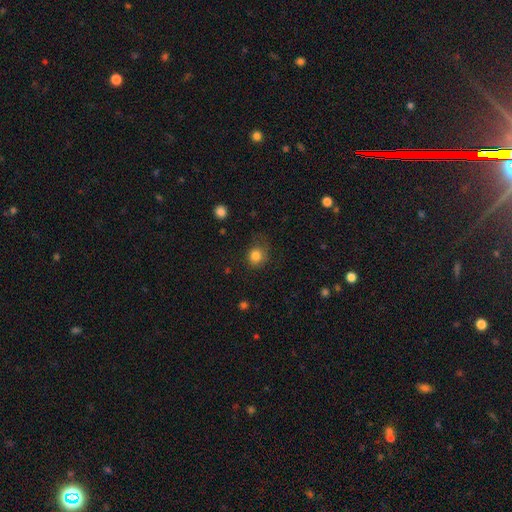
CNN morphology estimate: This appears to be a smooth galaxy with no disk features (83%) that is round (83%). Merging: none (71%).